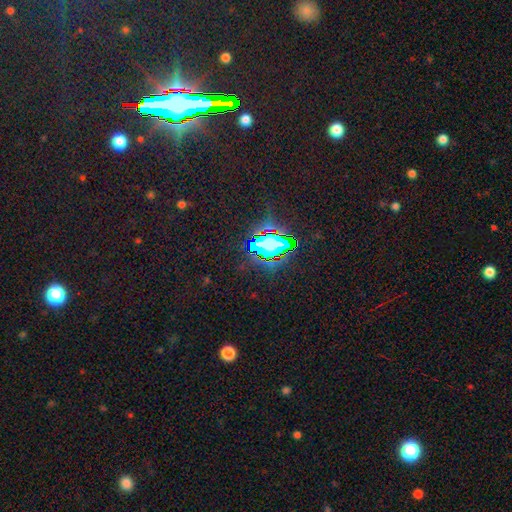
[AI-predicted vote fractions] The model was most divided on "smooth or featured": star or artifact: 83%, smooth: 10%, featured or disk: 8%.